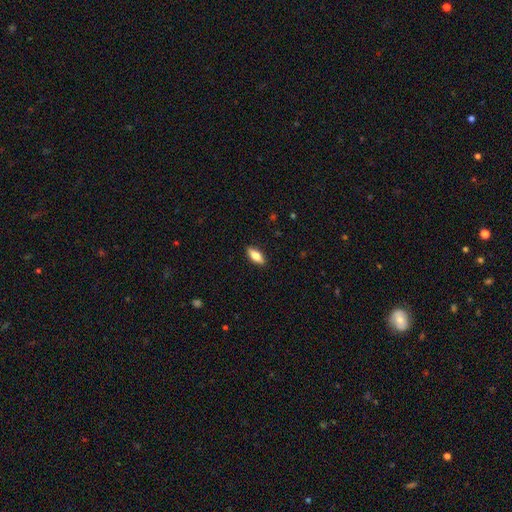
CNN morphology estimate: Smooth or featured? Predicted: smooth (p=0.73). How rounded? Predicted: in between (p=0.79). Merging? Predicted: none (p=0.90).